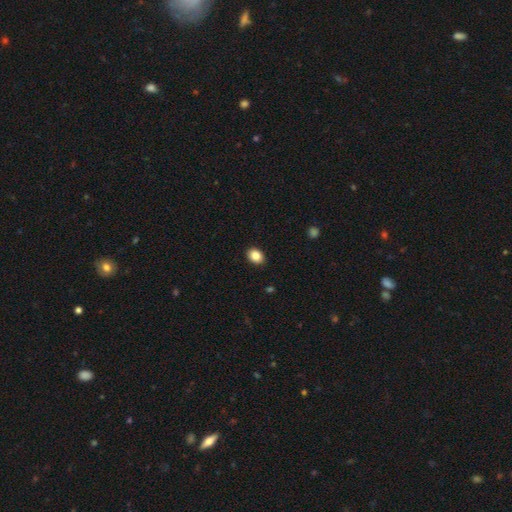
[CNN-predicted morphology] The model was most divided on "how rounded": in between: 60%, round: 39%, cigar-shaped: 1%. More confident: merging — none (91%); smooth or featured — smooth (87%).